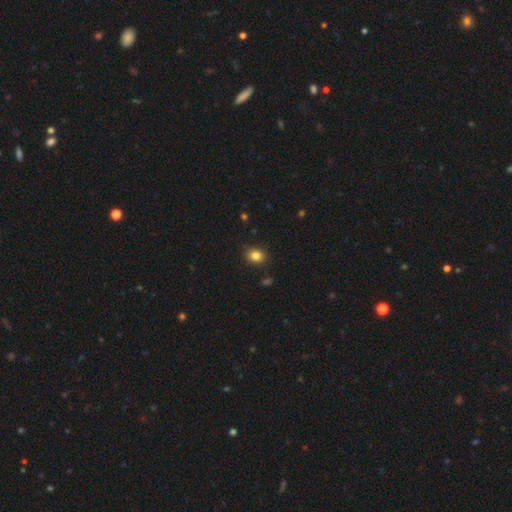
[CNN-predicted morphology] type=smooth (84%); roundness=round (53%); merging=none (88%).